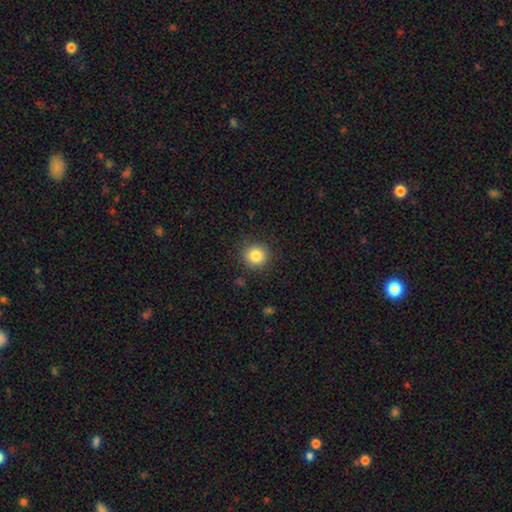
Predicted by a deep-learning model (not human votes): Overall: smooth (84%). How rounded: round (92%). Merging: none (89%).